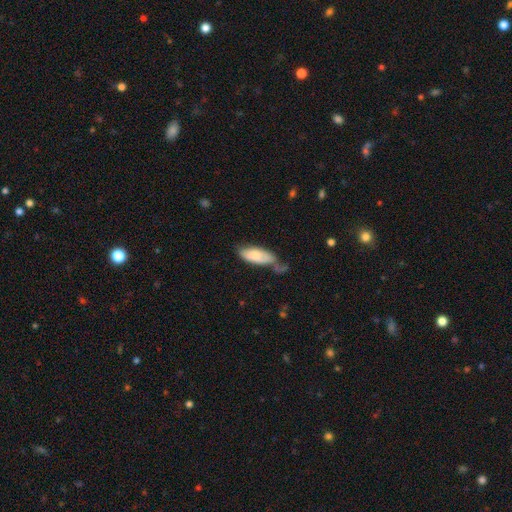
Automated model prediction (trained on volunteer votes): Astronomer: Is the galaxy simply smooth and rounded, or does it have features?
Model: smooth — 76%.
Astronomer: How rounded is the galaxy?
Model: in between — 78%.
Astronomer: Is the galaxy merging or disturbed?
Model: none — 38% (runner-up: minor disturbance, 33%).